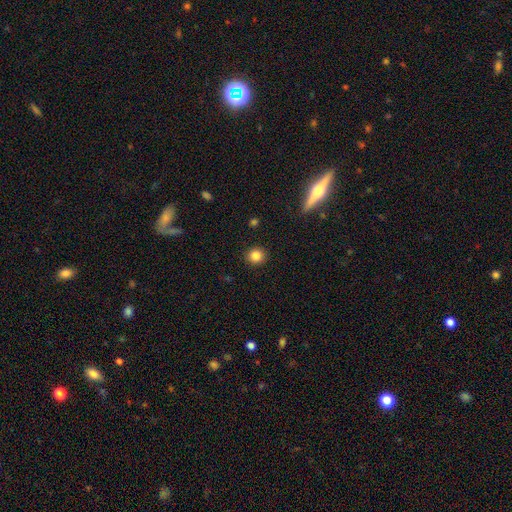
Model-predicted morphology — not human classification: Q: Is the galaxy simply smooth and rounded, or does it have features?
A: smooth — 84%.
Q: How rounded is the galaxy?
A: round — 91%.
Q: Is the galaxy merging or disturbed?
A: none — 92%.